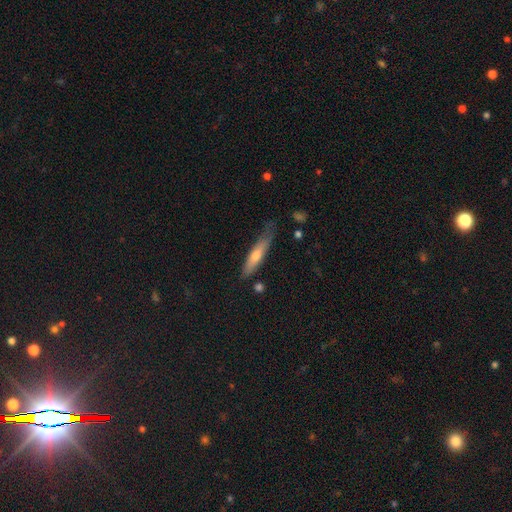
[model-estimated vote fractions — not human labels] smooth-or-featured: smooth: 49% | featured or disk: 44% | star or artifact: 8%
  merging: none: 70% | minor disturbance: 23% | major disturbance: 5% | merger: 2%